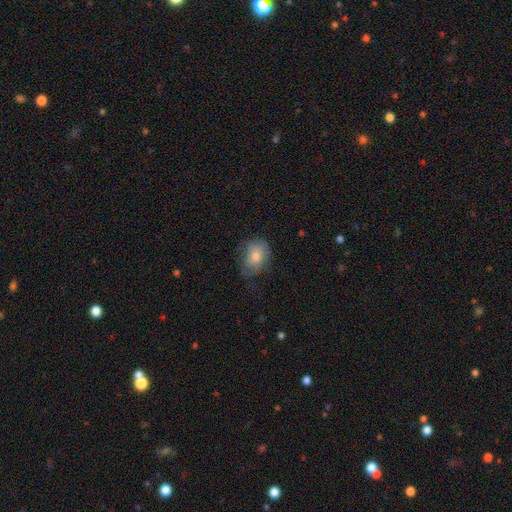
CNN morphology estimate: A smooth galaxy with no disk features (69%) that is in between round and cigar-shaped (64%). Merging: none (59%).